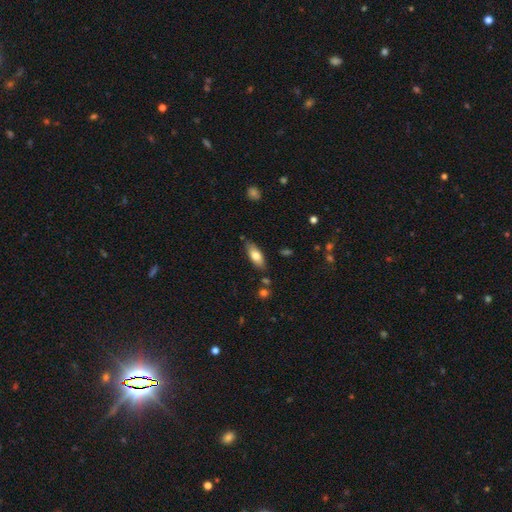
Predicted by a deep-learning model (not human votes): Q: Smooth or featured?
A: smooth (73%); runner-up: featured or disk (20%)
Q: How rounded?
A: in between (77%); runner-up: cigar-shaped (21%)
Q: Merging?
A: none (78%); runner-up: minor disturbance (15%)